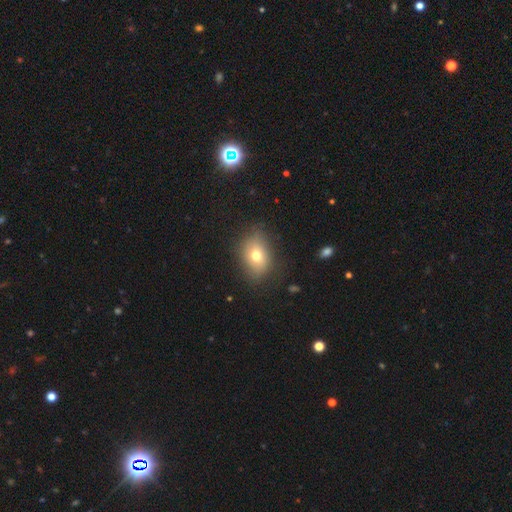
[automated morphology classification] This is likely a smooth galaxy (71%). How rounded: likely in between (72%). Merging: likely none (77%).